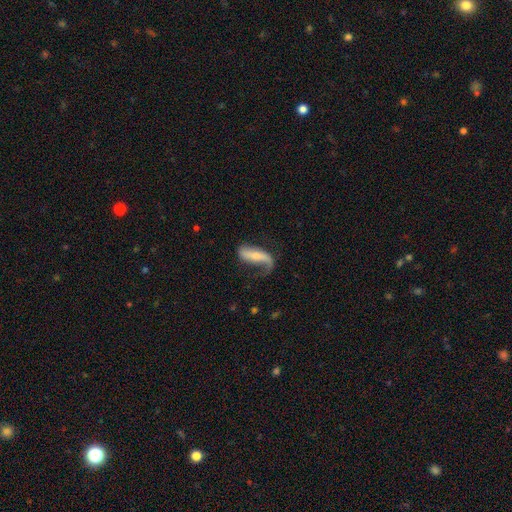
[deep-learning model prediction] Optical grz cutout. It shows a featured or disk galaxy (58%). Merging: none (37%).